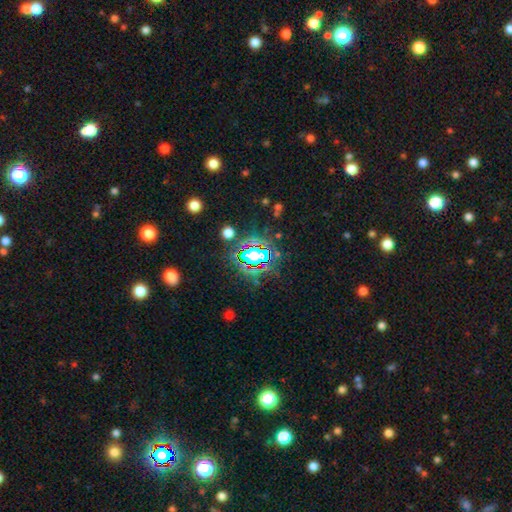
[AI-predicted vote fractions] Smooth or featured: star or artifact — 75% (smooth — 16%)